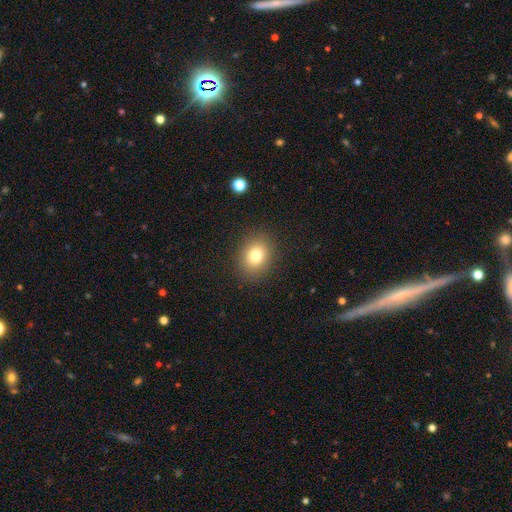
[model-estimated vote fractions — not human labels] The model was most divided on "how rounded": round: 59%, in between: 40%, cigar-shaped: 1%. More confident: merging — none (89%); smooth or featured — smooth (78%).